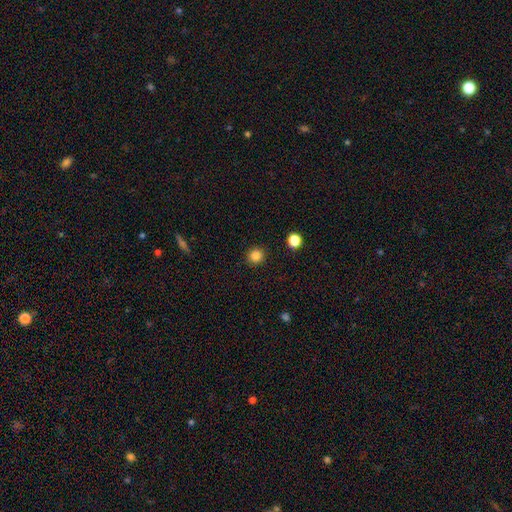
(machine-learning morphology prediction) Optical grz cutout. It shows a smooth galaxy with no disk features (84%) that is round (93%). Merging: none (92%).